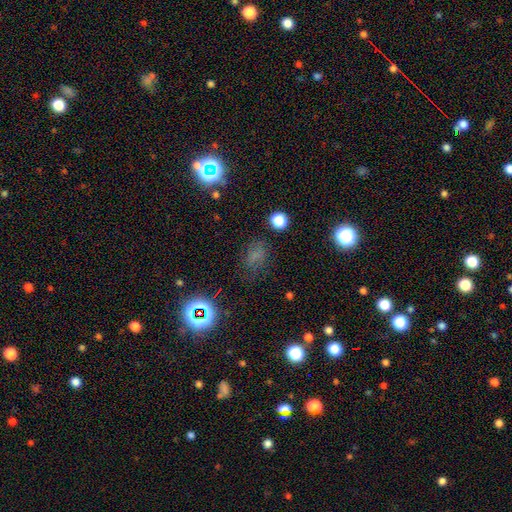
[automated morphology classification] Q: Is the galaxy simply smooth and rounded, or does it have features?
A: smooth — 54%.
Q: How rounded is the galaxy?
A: in between — 66%.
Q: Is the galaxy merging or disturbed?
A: none — 66%.